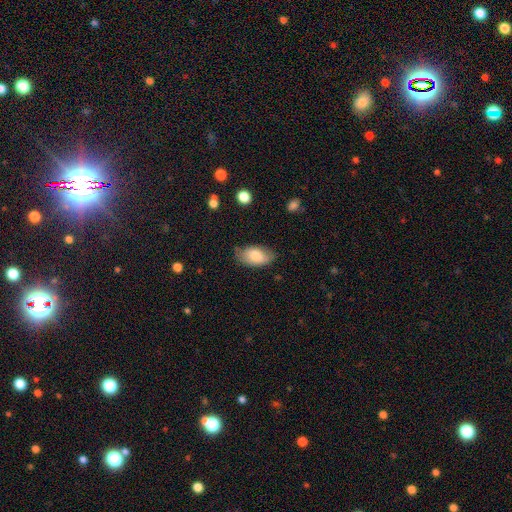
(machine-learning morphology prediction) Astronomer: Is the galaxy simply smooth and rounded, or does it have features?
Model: smooth — 77%.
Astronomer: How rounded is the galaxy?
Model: in between — 94%.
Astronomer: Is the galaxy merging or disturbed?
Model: none — 70%.